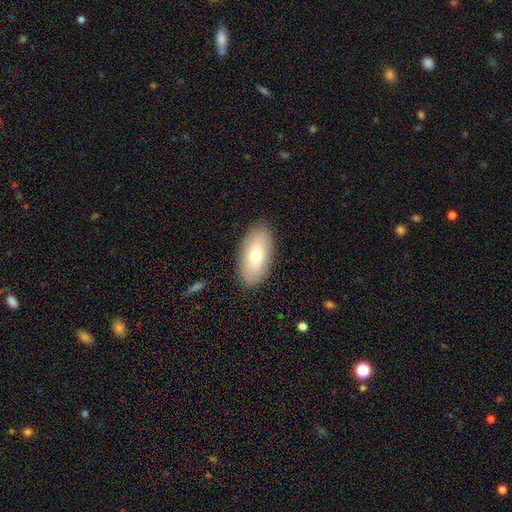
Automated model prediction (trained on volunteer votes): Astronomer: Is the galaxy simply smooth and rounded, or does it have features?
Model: smooth — 69%.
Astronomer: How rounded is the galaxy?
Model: in between — 92%.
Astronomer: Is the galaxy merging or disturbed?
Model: none — 88%.